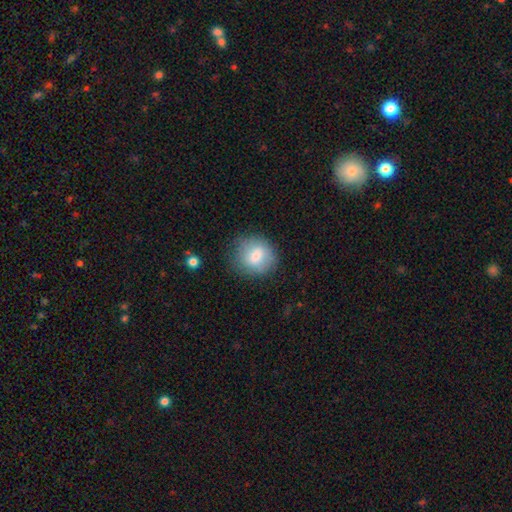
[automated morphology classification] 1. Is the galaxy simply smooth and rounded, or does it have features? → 75% smooth, 17% featured or disk, 8% star or artifact.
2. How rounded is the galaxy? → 81% round, 18% in between, 1% cigar-shaped.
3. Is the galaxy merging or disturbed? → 78% none, 15% minor disturbance, 5% major disturbance, 2% merger.